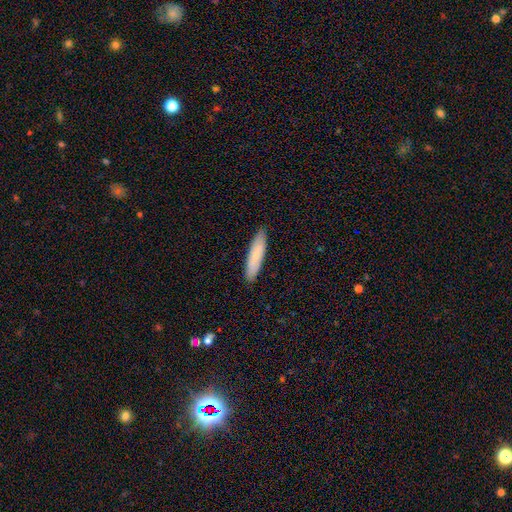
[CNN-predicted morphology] smooth-or-featured: smooth: 73% | featured or disk: 21% | star or artifact: 6%
  how-rounded: cigar-shaped: 78% | in between: 21% | round: 1%
  merging: none: 89% | minor disturbance: 8% | major disturbance: 1% | merger: 1%